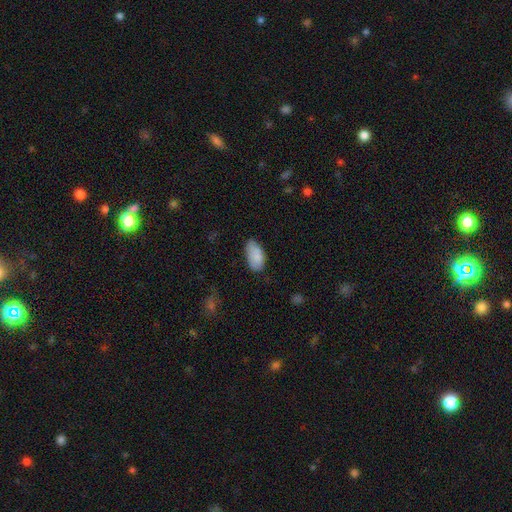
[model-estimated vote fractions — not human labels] This is clearly a smooth galaxy (82%). How rounded: clearly in between (94%). Merging: possibly none (55%).